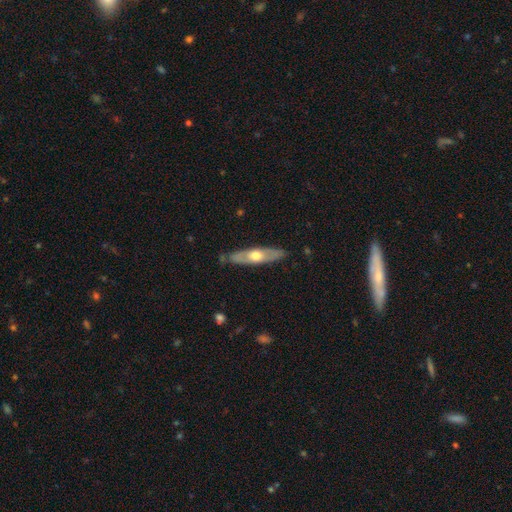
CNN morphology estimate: Q: Smooth or featured?
A: featured or disk (54%); runner-up: smooth (42%)
Q: Edge-on disk?
A: yes (62%); runner-up: no (38%)
Q: Merging?
A: none (82%); runner-up: minor disturbance (14%)